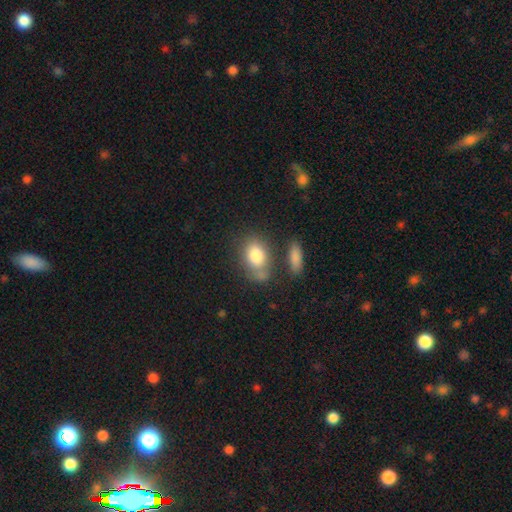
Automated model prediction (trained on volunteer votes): Morphology: type=smooth (81%); roundness=in between (75%); merging=none (57%).